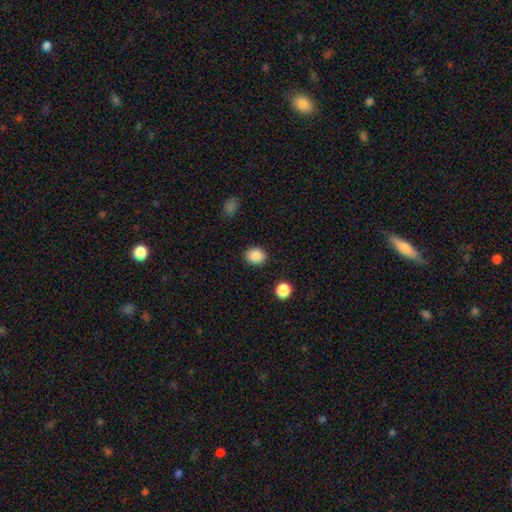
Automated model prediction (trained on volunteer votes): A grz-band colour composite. It shows a smooth galaxy with no disk features (88%) that is round (55%). Merging: none (88%).